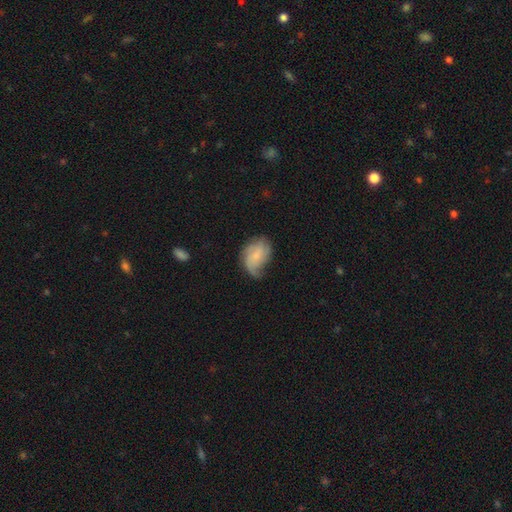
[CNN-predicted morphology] smooth-or-featured: featured or disk: 48% | smooth: 44% | star or artifact: 7%
  merging: none: 42% | minor disturbance: 35% | major disturbance: 20% | merger: 2%